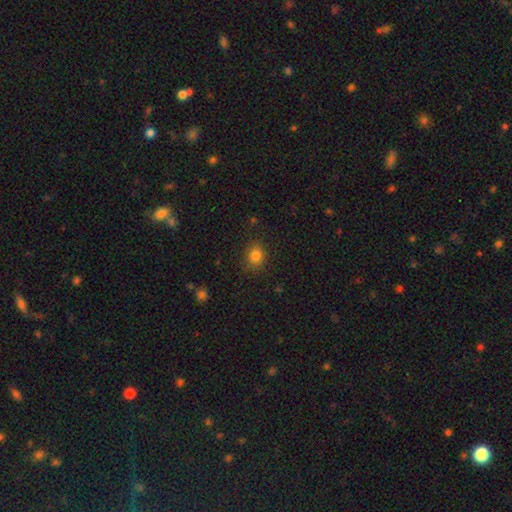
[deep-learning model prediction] smooth-or-featured: smooth: 82% | star or artifact: 12% | featured or disk: 5%
  how-rounded: round: 62% | in between: 37% | cigar-shaped: 1%
  merging: none: 84% | minor disturbance: 11% | major disturbance: 3% | merger: 1%